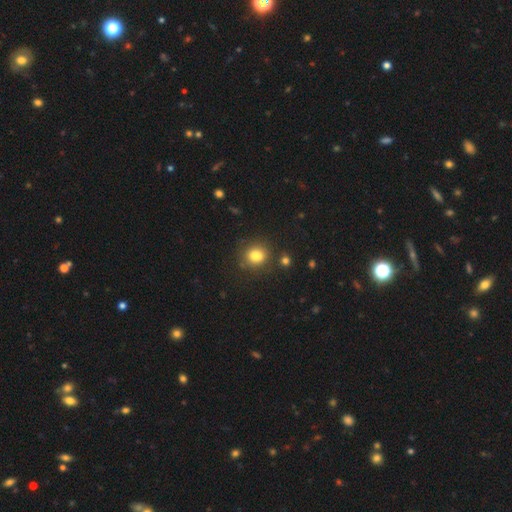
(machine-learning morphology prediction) Smooth or featured: smooth — 80% (star or artifact — 12%)
How rounded: round — 67% (in between — 32%)
Merging: none — 71% (minor disturbance — 13%)